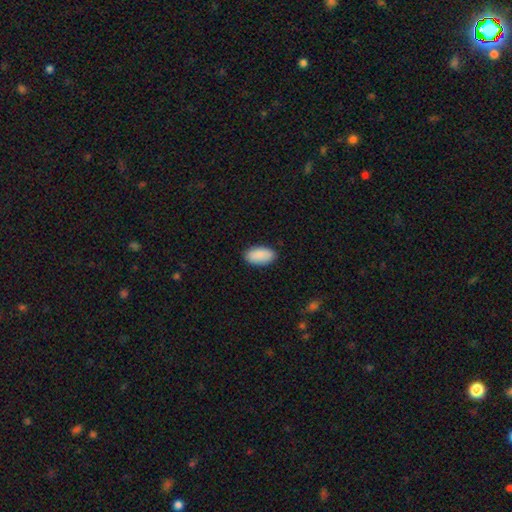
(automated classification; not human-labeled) smooth_or_featured: smooth (p=0.90) [alt: star or artifact p=0.06]
how_rounded: in between (p=0.95) [alt: round p=0.03]
merging: none (p=0.87) [alt: minor disturbance p=0.10]